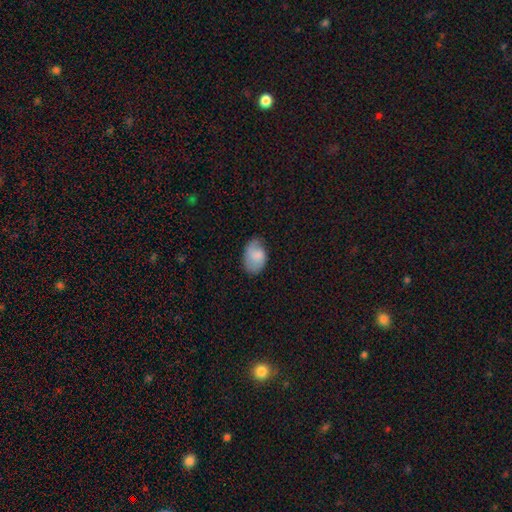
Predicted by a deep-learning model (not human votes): Morphology: type=smooth (74%); roundness=in between (87%); merging=none (61%).